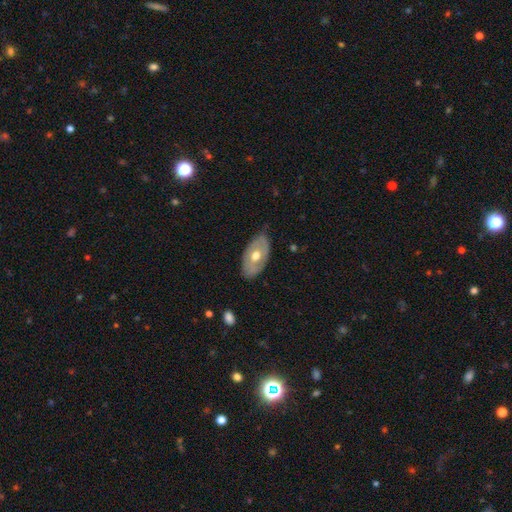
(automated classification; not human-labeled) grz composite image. It shows a featured or disk galaxy (53%). Merging: none (75%).